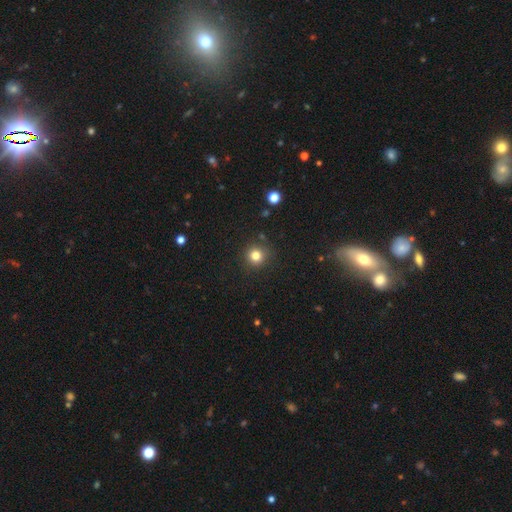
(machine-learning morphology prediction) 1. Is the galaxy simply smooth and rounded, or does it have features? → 81% smooth, 14% star or artifact, 6% featured or disk.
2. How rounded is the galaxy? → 93% round, 6% in between, 1% cigar-shaped.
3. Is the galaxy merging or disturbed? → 88% none, 7% minor disturbance, 3% major disturbance, 2% merger.